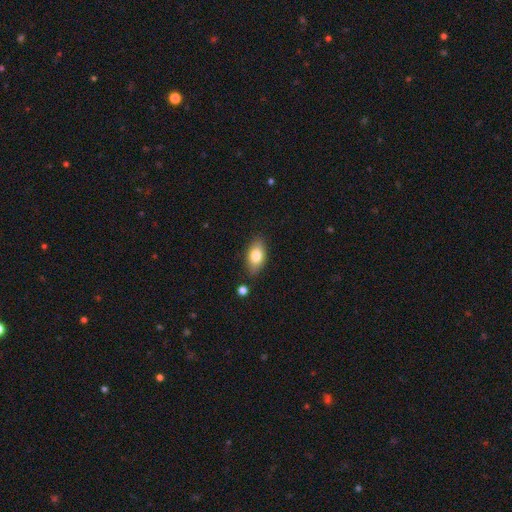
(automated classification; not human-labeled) This is likely a smooth galaxy (78%). How rounded: clearly in between (90%). Merging: clearly none (83%).